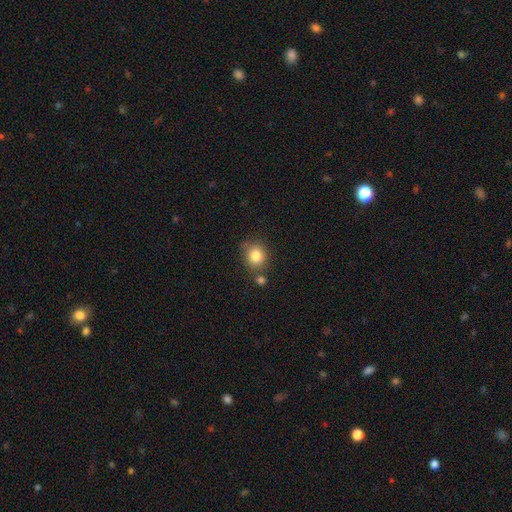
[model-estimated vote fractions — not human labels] A smooth galaxy with no disk features (83%) that is round (78%).

Vote fractions:
- Smooth or featured? smooth: 83% / star or artifact: 10% / featured or disk: 7%
- How rounded? round: 78% / in between: 21% / cigar-shaped: 1%
- Merging? none: 68% / merger: 14% / minor disturbance: 14% / major disturbance: 4%